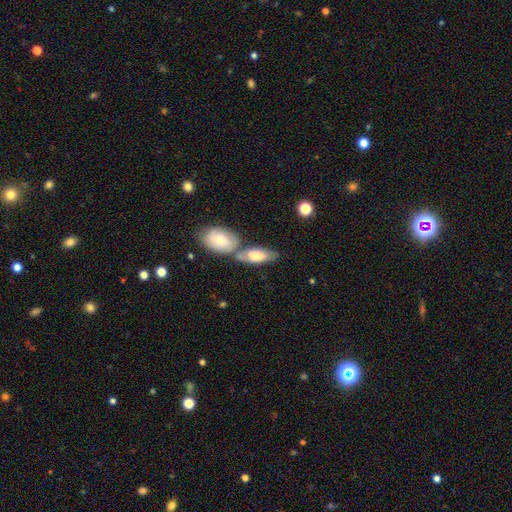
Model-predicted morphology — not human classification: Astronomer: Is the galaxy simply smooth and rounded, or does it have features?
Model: smooth — 67%.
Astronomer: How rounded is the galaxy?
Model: in between — 79%.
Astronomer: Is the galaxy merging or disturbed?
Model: merger — 47% (runner-up: none, 37%).